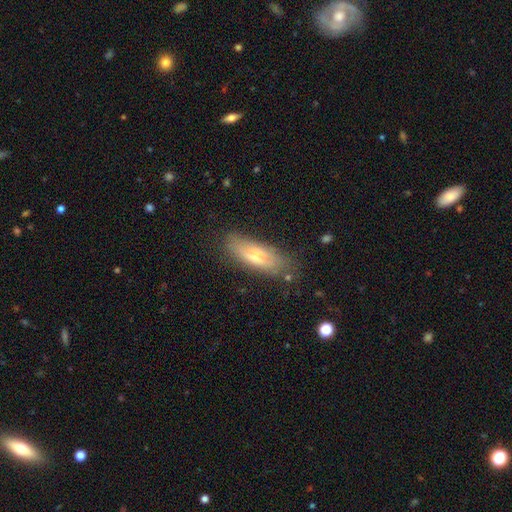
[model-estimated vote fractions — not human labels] Smooth or featured?
  - smooth: 60% *
  - featured or disk: 33%
  - star or artifact: 8%
How rounded?
  - in between: 53% *
  - cigar-shaped: 44%
  - round: 2%
Merging?
  - none: 68% *
  - minor disturbance: 22%
  - major disturbance: 7%
  - merger: 3%